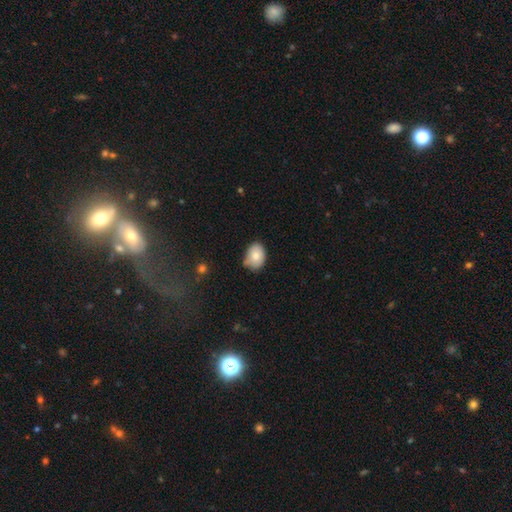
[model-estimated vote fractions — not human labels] Q: Smooth or featured?
A: smooth (80%); runner-up: featured or disk (12%)
Q: How rounded?
A: in between (71%); runner-up: round (28%)
Q: Merging?
A: none (63%); runner-up: minor disturbance (30%)